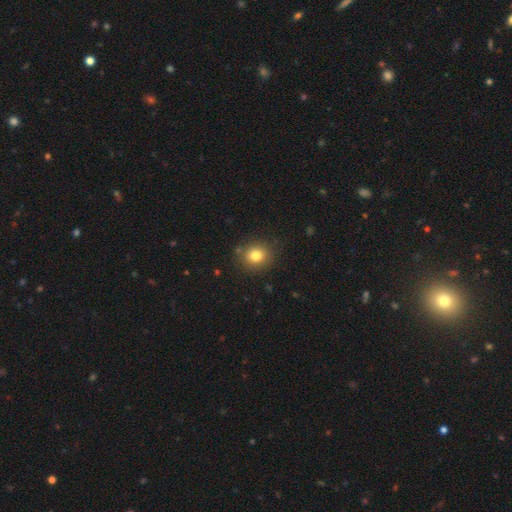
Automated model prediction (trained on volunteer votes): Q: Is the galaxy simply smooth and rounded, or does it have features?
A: smooth — 81%.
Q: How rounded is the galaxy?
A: round — 78%.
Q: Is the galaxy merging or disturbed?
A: none — 86%.